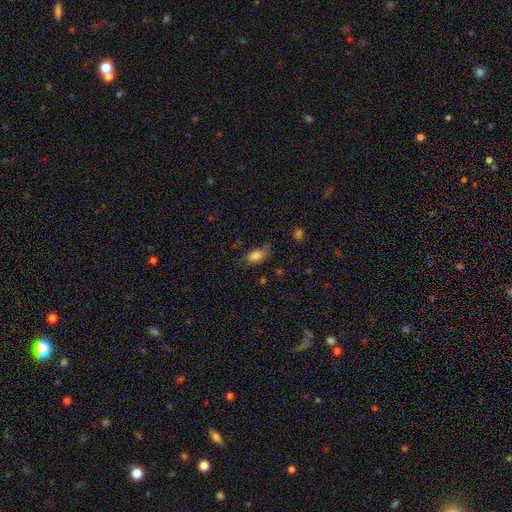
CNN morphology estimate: smooth_or_featured: smooth (p=0.80) [alt: featured or disk p=0.10]
how_rounded: in between (p=0.87) [alt: cigar-shaped p=0.08]
merging: none (p=0.57) [alt: minor disturbance p=0.29]